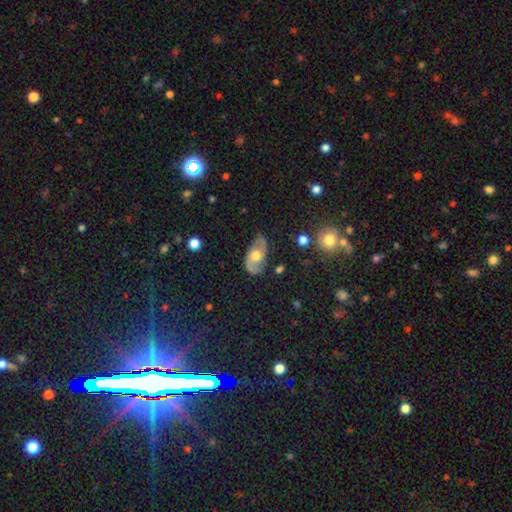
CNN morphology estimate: Smooth or featured? featured or disk (76%)
Edge-on disk? no (94%)
Bar? no (70%)
Spiral arms? yes (89%)
Spiral winding? medium (46%)
Spiral arm count? 2 (89%)
Bulge size? moderate (69%)
Merging? none (73%)